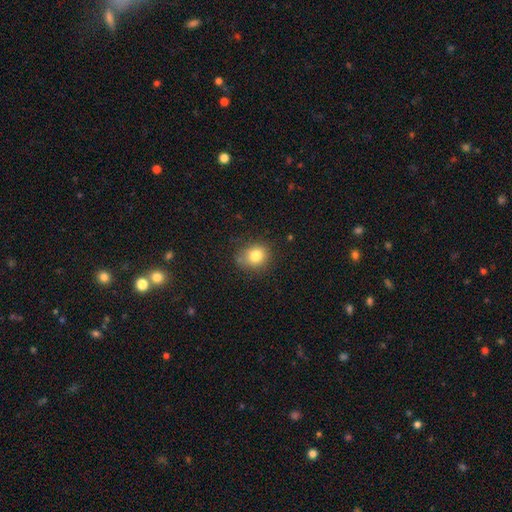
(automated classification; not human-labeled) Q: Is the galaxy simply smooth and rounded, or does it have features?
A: smooth — 80%.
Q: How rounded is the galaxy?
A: round — 73%.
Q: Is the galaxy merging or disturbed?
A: none — 78%.